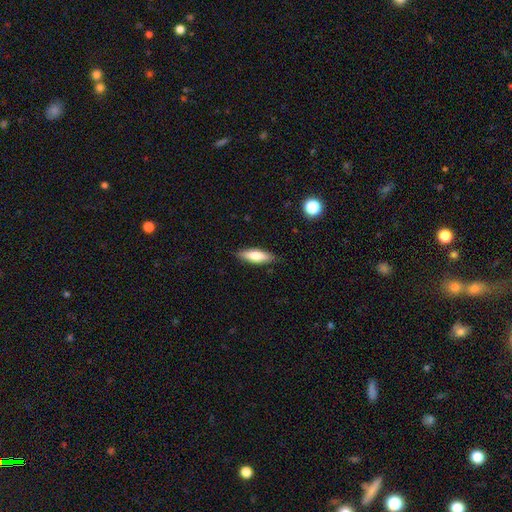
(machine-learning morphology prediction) Smooth or featured: smooth — 71% (featured or disk — 23%)
How rounded: in between — 50% (cigar-shaped — 48%)
Merging: none — 86% (minor disturbance — 11%)